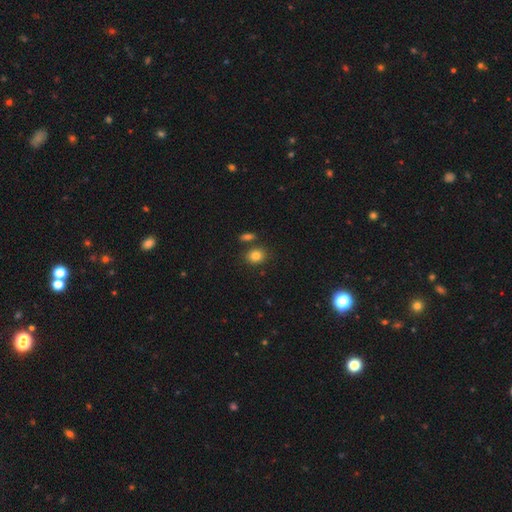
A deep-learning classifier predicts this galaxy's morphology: Overall: smooth (82%). How rounded: round (55%; in between 44%). Merging: none (74%).